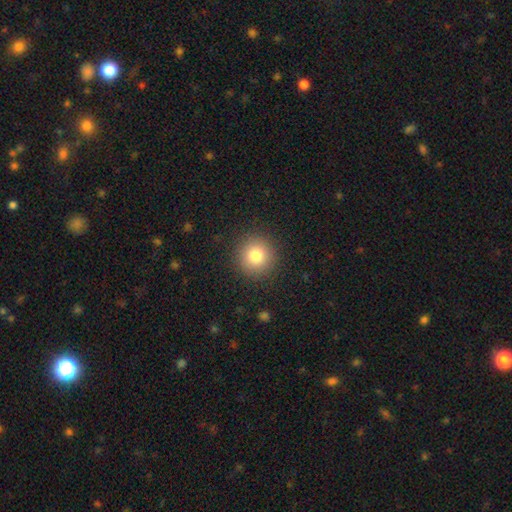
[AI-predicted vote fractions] smooth 81%, star or artifact 11%, featured or disk 8%. Down the decision tree: how rounded — round (94%); merging — none (91%).